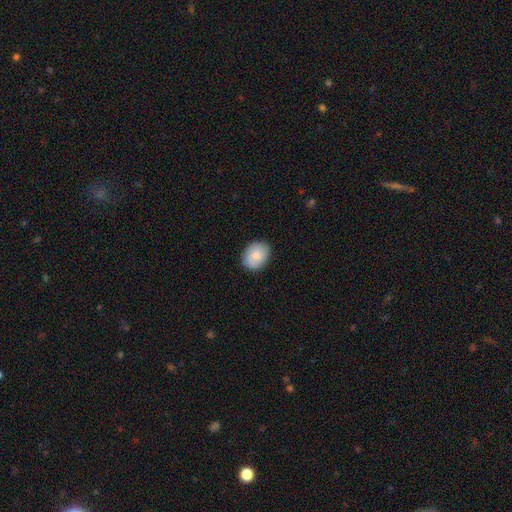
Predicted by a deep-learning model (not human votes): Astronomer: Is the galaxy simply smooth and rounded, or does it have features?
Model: smooth — 82%.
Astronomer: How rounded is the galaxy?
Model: in between — 55% (runner-up: round, 45%).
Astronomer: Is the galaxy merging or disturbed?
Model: none — 86%.